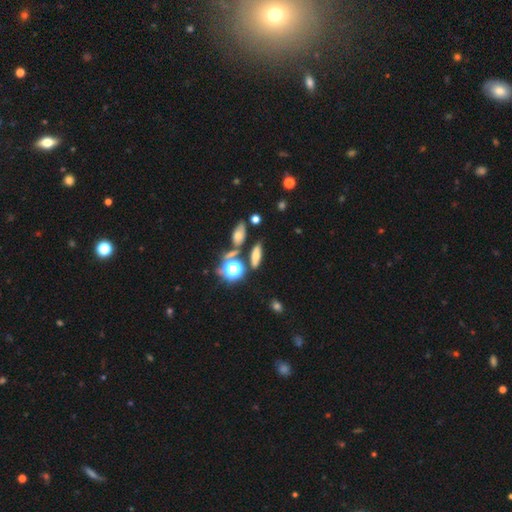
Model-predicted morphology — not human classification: A smooth galaxy with no disk features (59%) that is in between round and cigar-shaped (50%).

Vote fractions:
- Smooth or featured? smooth: 59% / star or artifact: 21% / featured or disk: 20%
- How rounded? in between: 50% / cigar-shaped: 36% / round: 14%
- Merging? none: 72% / minor disturbance: 12% / merger: 12% / major disturbance: 4%